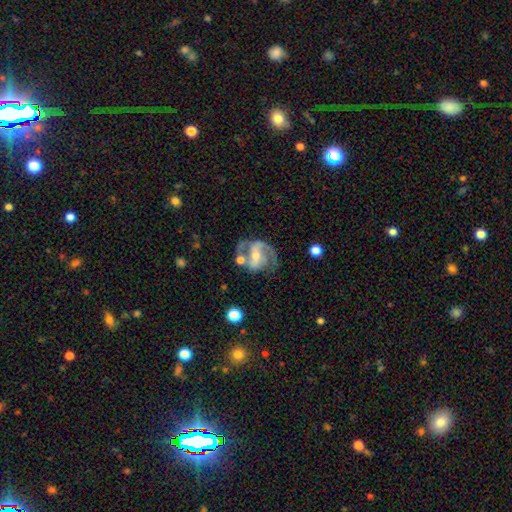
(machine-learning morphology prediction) Smooth or featured? featured or disk (87%)
Edge-on disk? no (97%)
Bar? strong (45%)
Spiral arms? yes (94%)
Spiral winding? medium (56%)
Spiral arm count? 2 (85%)
Bulge size? moderate (48%)
Merging? none (58%)